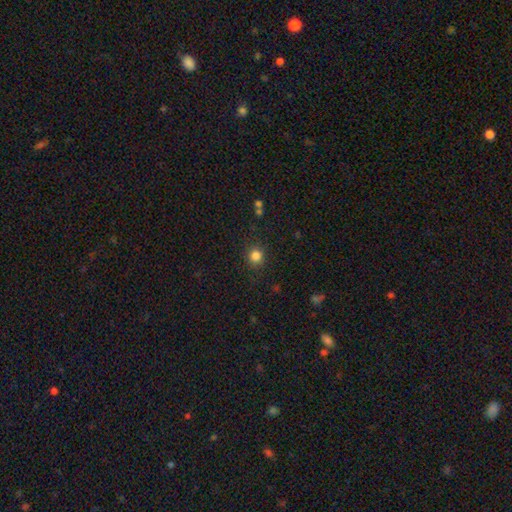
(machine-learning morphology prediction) Overall: smooth (83%). How rounded: round (89%). Merging: none (89%).